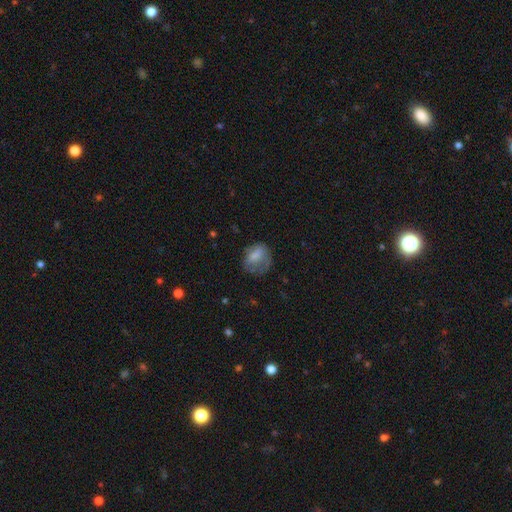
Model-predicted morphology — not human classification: A smooth galaxy with no disk features (69%) that is round (50%). Merging: none (47%).